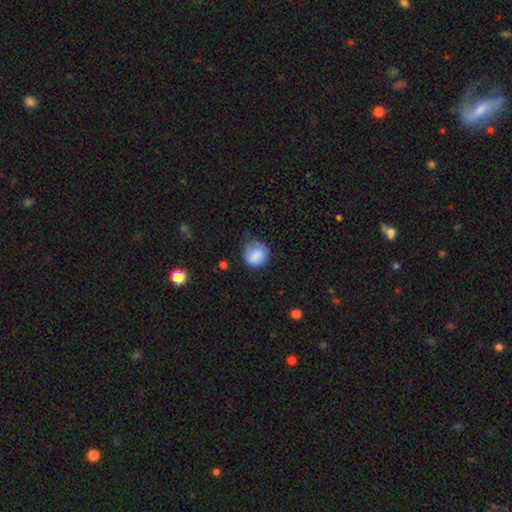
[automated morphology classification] The model was most divided on "merging": none: 58%, minor disturbance: 30%, major disturbance: 11%, merger: 2%. More confident: smooth or featured — smooth (83%); how rounded — round (80%).